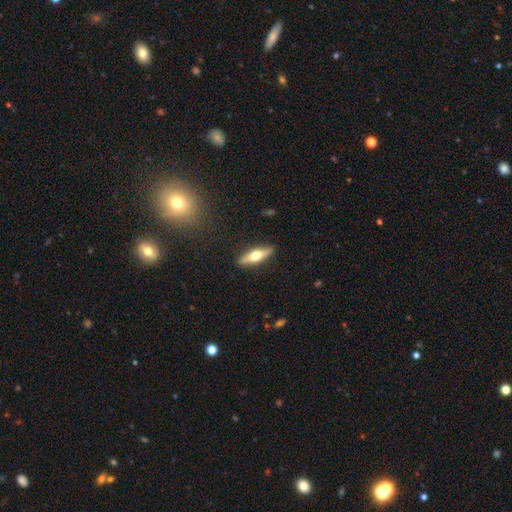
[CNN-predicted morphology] A featured or disk galaxy (52%) viewed edge-on (92%).

Vote fractions:
- Smooth or featured? featured or disk: 52% / smooth: 42% / star or artifact: 5%
- Edge-on disk? yes: 92% / no: 8%
- Merging? none: 90% / minor disturbance: 7% / major disturbance: 2% / merger: 1%